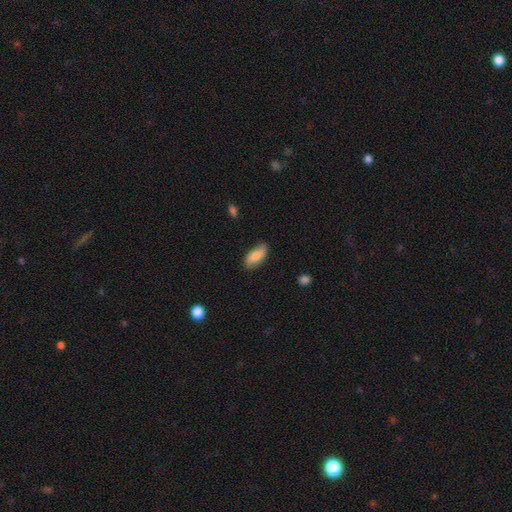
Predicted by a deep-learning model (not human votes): A smooth galaxy with no disk features (78%) that is in between round and cigar-shaped (87%).

Vote fractions:
- Smooth or featured? smooth: 78% / featured or disk: 15% / star or artifact: 6%
- How rounded? in between: 87% / cigar-shaped: 11% / round: 3%
- Merging? none: 80% / minor disturbance: 16% / major disturbance: 3% / merger: 1%